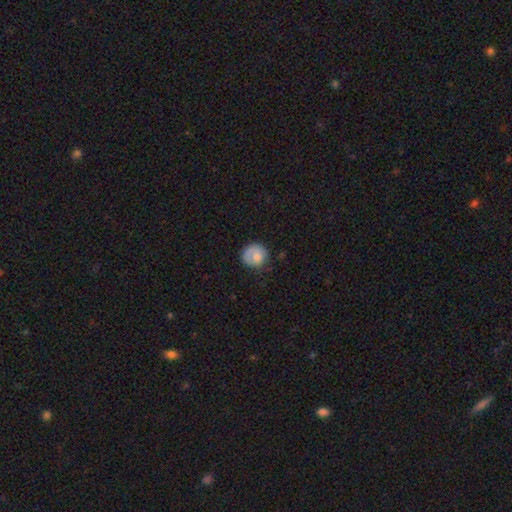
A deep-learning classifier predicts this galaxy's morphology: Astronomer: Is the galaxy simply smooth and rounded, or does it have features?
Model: smooth — 75%.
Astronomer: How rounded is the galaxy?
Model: round — 82%.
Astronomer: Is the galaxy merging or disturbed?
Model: none — 62%.